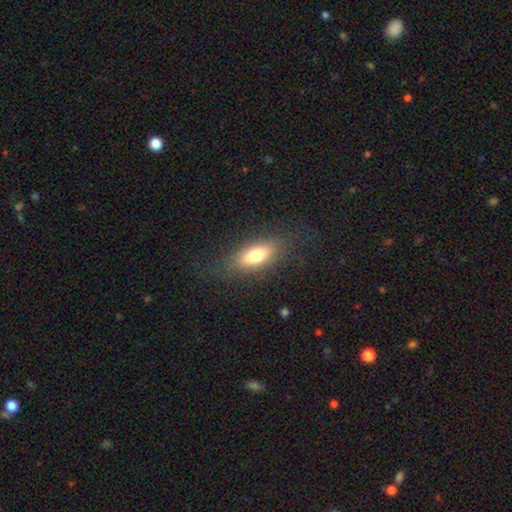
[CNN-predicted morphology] This appears to be a smooth galaxy with no disk features (73%) that is in between round and cigar-shaped (79%). Merging: none (79%).